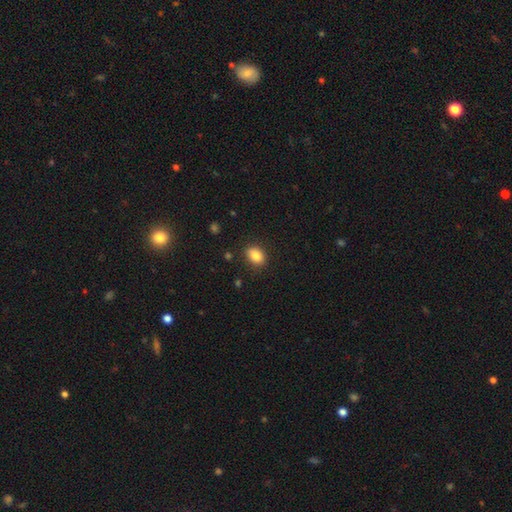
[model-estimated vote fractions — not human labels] smooth_or_featured: smooth (p=0.84) [alt: star or artifact p=0.09]
how_rounded: in between (p=0.72) [alt: round p=0.27]
merging: none (p=0.86) [alt: minor disturbance p=0.10]